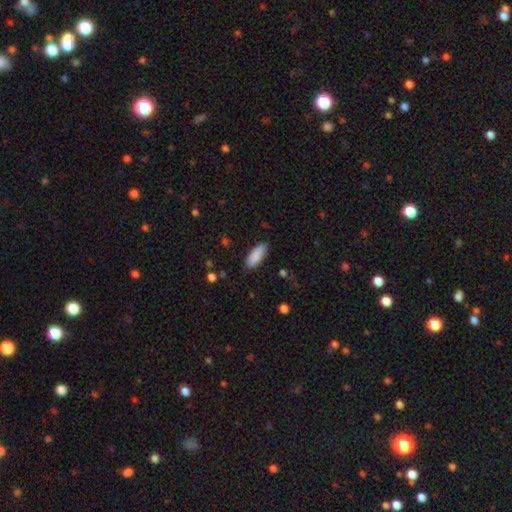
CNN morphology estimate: This is clearly a smooth galaxy (89%). How rounded: likely in between (75%). Merging: clearly none (85%).